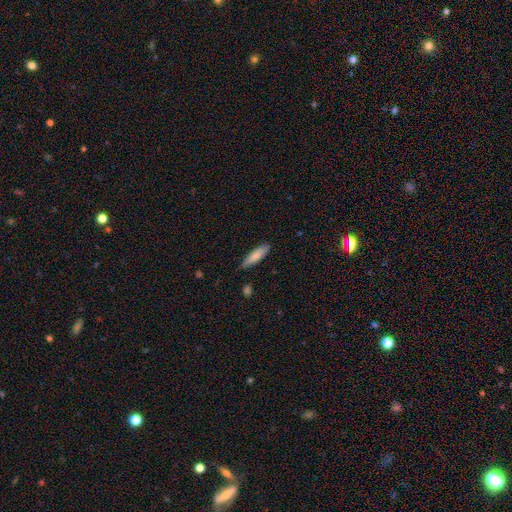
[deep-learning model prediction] Smooth or featured?
  - smooth: 77% *
  - featured or disk: 17%
  - star or artifact: 6%
How rounded?
  - cigar-shaped: 67% *
  - in between: 31%
  - round: 2%
Merging?
  - none: 82% *
  - minor disturbance: 15%
  - major disturbance: 2%
  - merger: 2%